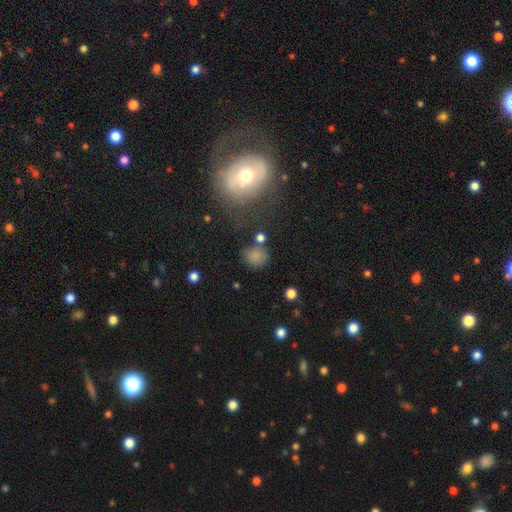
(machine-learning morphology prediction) Smooth or featured? smooth (77%)
How rounded? round (71%)
Merging? none (69%)